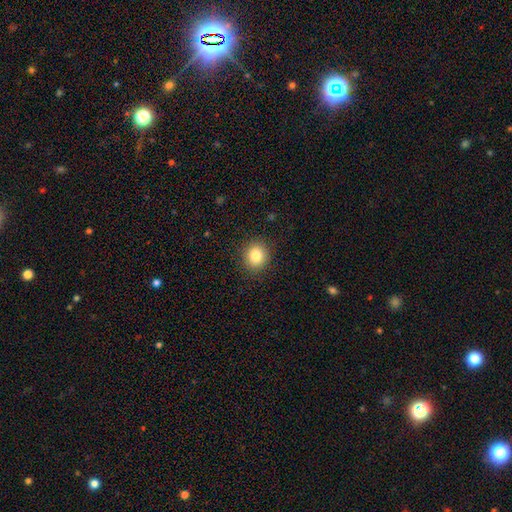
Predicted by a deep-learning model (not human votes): The model was most divided on "how rounded": round: 81%, in between: 18%, cigar-shaped: 1%. More confident: merging — none (90%); smooth or featured — smooth (83%).